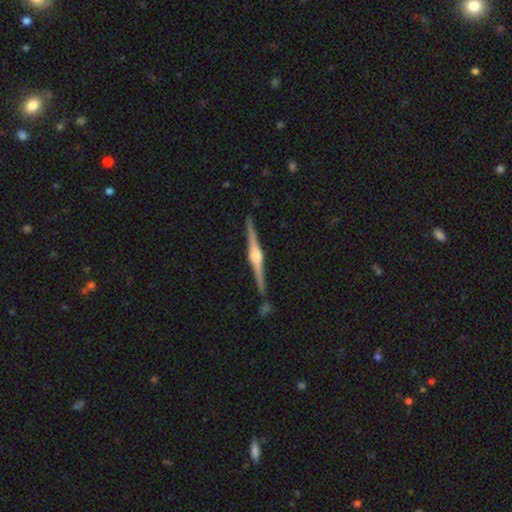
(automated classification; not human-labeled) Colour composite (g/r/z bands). It shows a featured or disk galaxy (88%) viewed edge-on (99%) with a rounded central bulge (92%). Merging: none (90%).